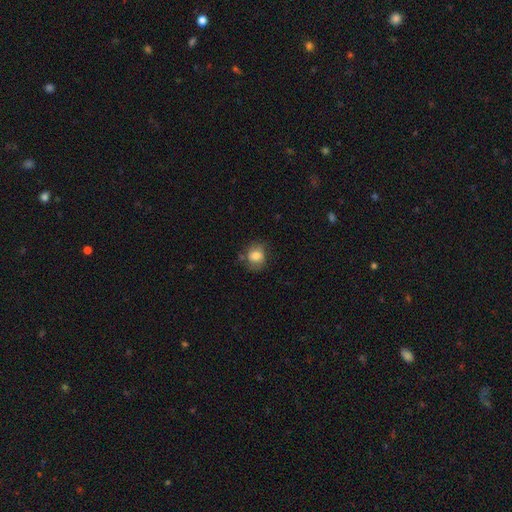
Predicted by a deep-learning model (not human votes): The model was most divided on "how rounded": round: 65%, in between: 34%, cigar-shaped: 1%. More confident: smooth or featured — smooth (76%); merging — none (63%).